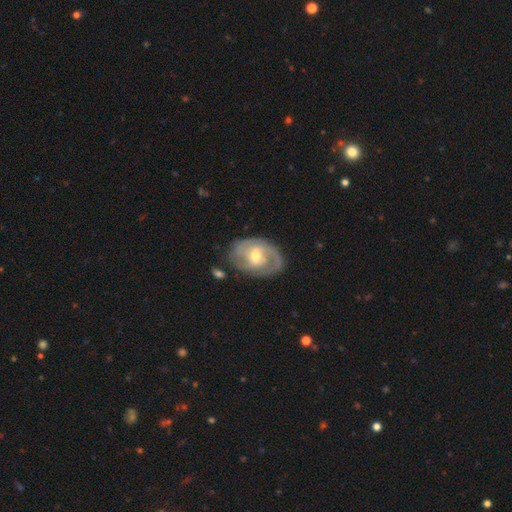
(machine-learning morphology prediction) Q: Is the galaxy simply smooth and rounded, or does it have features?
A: featured or disk — 82%.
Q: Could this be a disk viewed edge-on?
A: no — 97%.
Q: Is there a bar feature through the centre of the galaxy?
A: no — 44%, tied with weak.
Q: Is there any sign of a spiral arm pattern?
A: yes — 92%.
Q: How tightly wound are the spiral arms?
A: tight — 50%.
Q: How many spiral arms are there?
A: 2 — 50%.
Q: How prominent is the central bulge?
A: moderate — 65%.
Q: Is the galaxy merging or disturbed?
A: none — 71%.